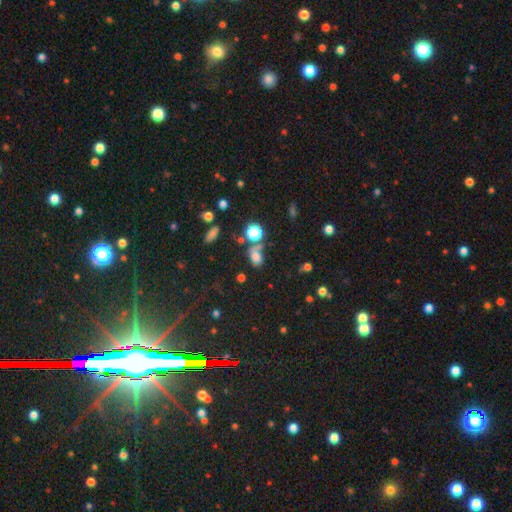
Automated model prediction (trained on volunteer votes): A smooth galaxy with no disk features (64%) that is in between round and cigar-shaped (59%). Merging: none (48%).